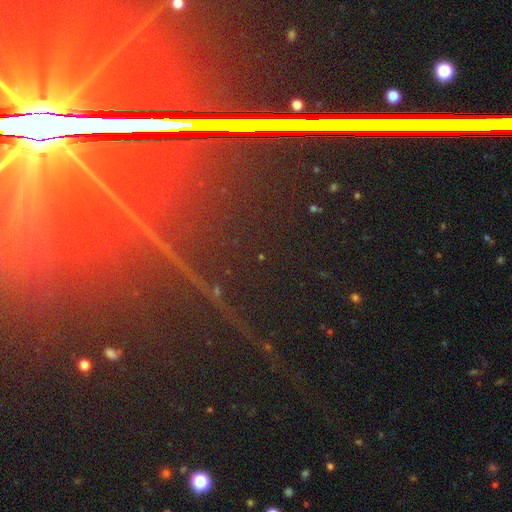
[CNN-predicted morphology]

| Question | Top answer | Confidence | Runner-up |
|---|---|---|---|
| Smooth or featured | star or artifact | 85% | featured or disk (9%) |